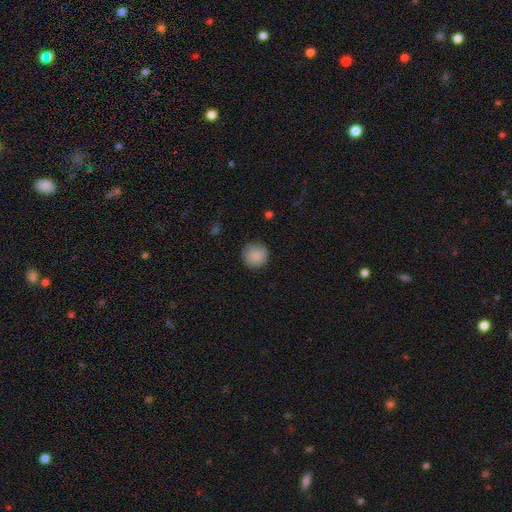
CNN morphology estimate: smooth-or-featured: smooth: 87% | star or artifact: 7% | featured or disk: 5%
  how-rounded: round: 93% | in between: 6% | cigar-shaped: 1%
  merging: none: 82% | minor disturbance: 14% | major disturbance: 3% | merger: 1%